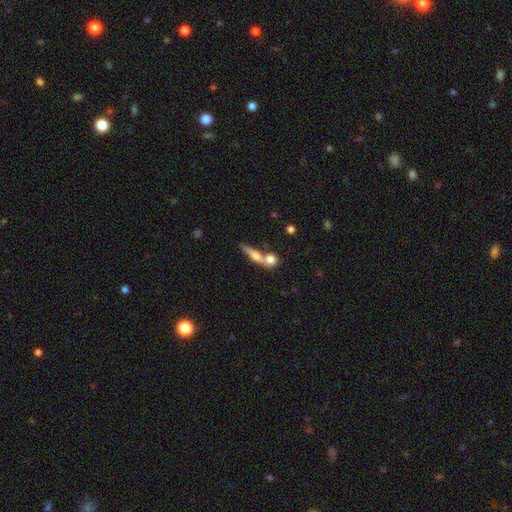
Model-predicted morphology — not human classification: smooth 53%, featured or disk 39%, star or artifact 8%. Down the decision tree: how rounded — cigar-shaped (64%); merging — none (45%).